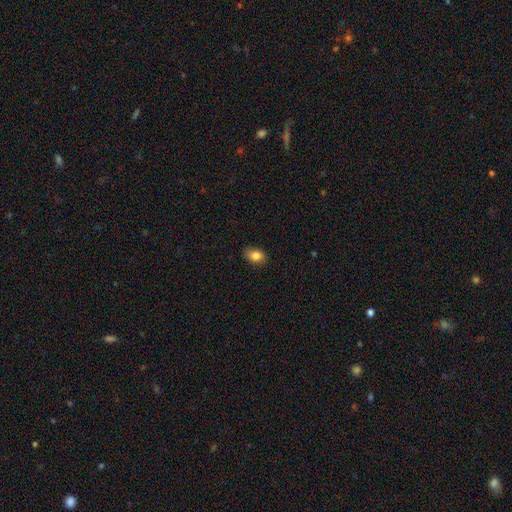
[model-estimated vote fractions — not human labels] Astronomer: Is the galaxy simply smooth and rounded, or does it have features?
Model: smooth — 84%.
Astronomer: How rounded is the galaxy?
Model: in between — 82%.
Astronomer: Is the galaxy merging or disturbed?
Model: none — 86%.